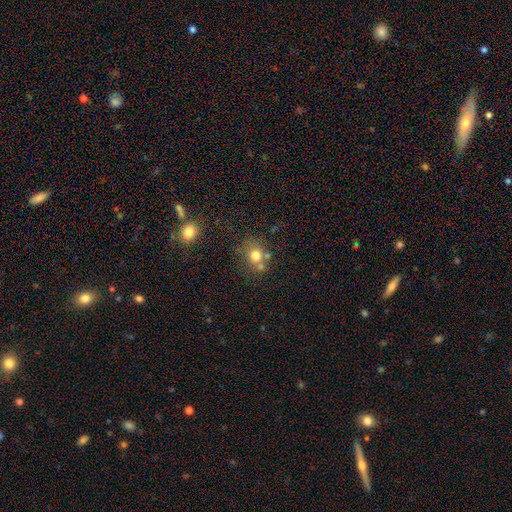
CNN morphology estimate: Smooth or featured? smooth (73%)
How rounded? round (77%)
Merging? none (57%)